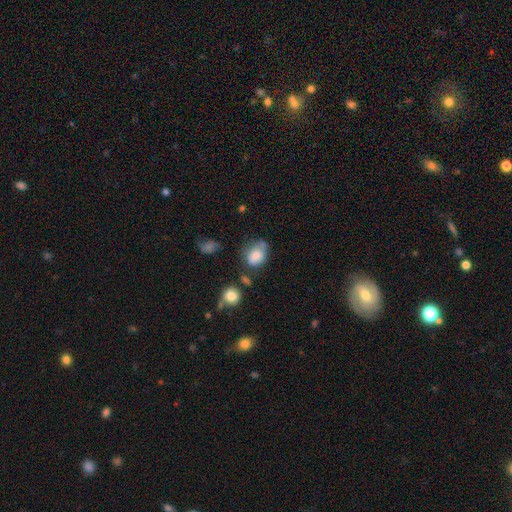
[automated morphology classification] smooth_or_featured: smooth (p=0.77) [alt: featured or disk p=0.13]
how_rounded: in between (p=0.56) [alt: round p=0.42]
merging: none (p=0.44) [alt: minor disturbance p=0.29]